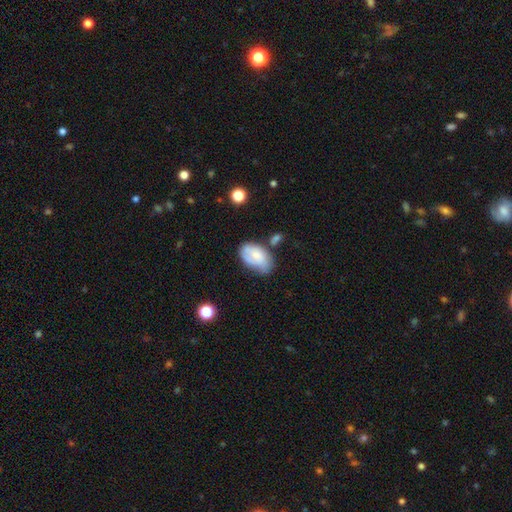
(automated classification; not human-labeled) Smooth or featured?
  - smooth: 54% *
  - featured or disk: 39%
  - star or artifact: 7%
How rounded?
  - in between: 91% *
  - round: 7%
  - cigar-shaped: 2%
Merging?
  - none: 48% *
  - minor disturbance: 31%
  - major disturbance: 11%
  - merger: 10%